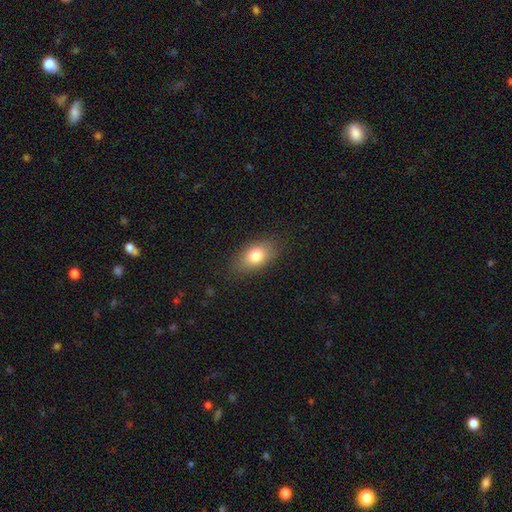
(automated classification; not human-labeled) The model was most divided on "smooth or featured": smooth: 80%, featured or disk: 12%, star or artifact: 8%. More confident: how rounded — in between (85%); merging — none (83%).